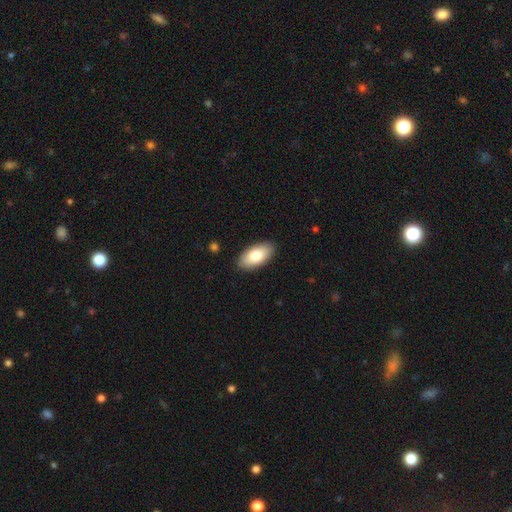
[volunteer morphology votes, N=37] Smooth or featured?
  - smooth: 76% *
  - featured or disk: 22%
  - star or artifact: 3%
How rounded?
  - in between: 100% *
  - round: 0%
  - cigar-shaped: 0%
Merging?
  - none: 92% *
  - minor disturbance: 6%
  - merger: 3%
  - major disturbance: 0%